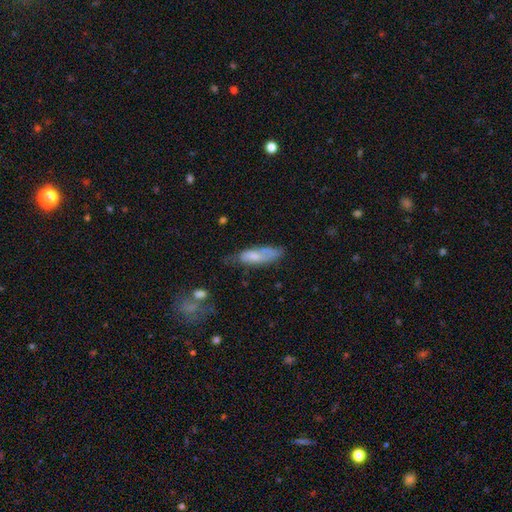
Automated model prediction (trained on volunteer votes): Smooth or featured?
  - smooth: 63% *
  - featured or disk: 30%
  - star or artifact: 7%
How rounded?
  - in between: 54% *
  - cigar-shaped: 44%
  - round: 2%
Merging?
  - none: 48% *
  - minor disturbance: 33%
  - major disturbance: 14%
  - merger: 5%